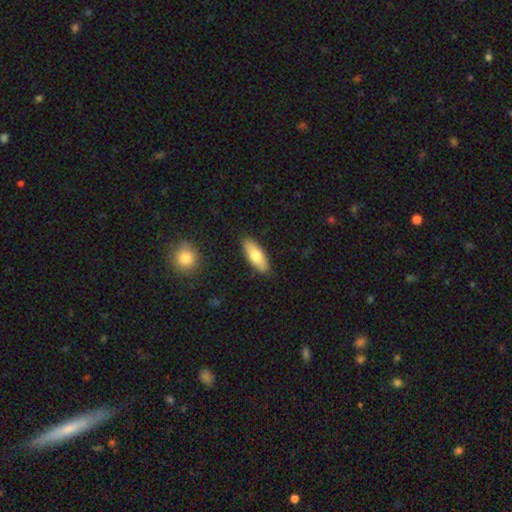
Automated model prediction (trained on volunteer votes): A smooth galaxy with no disk features (73%) that is in between round and cigar-shaped (72%).

Vote fractions:
- Smooth or featured? smooth: 73% / featured or disk: 21% / star or artifact: 6%
- How rounded? in between: 72% / cigar-shaped: 26% / round: 2%
- Merging? none: 88% / minor disturbance: 9% / major disturbance: 2% / merger: 1%